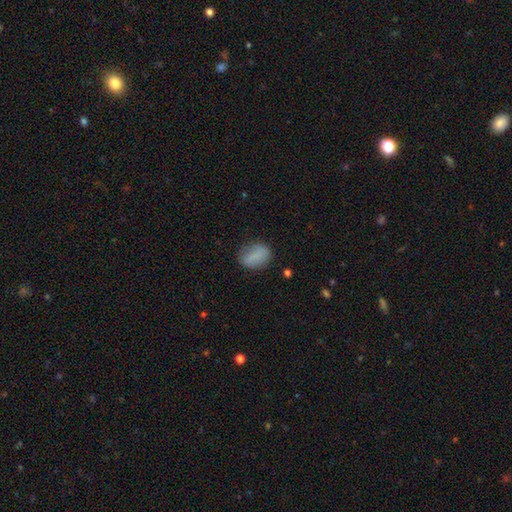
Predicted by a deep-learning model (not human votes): smooth-or-featured: smooth: 80% | featured or disk: 11% | star or artifact: 9%
  how-rounded: in between: 73% | round: 24% | cigar-shaped: 2%
  merging: none: 75% | minor disturbance: 18% | major disturbance: 6% | merger: 2%